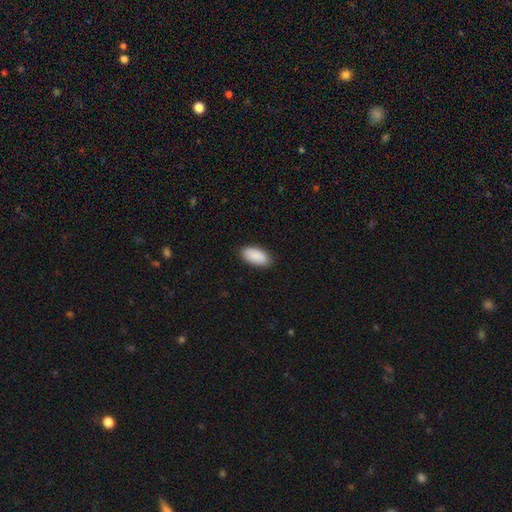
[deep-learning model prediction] Smooth or featured? smooth (91%)
How rounded? in between (93%)
Merging? none (87%)